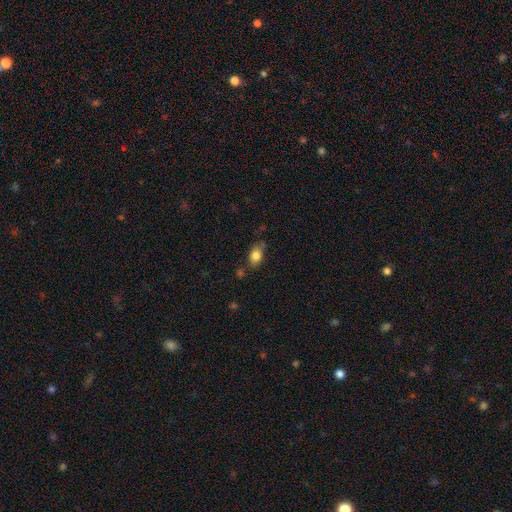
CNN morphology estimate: smooth_or_featured: smooth (p=0.82) [alt: featured or disk p=0.10]
how_rounded: in between (p=0.80) [alt: round p=0.17]
merging: none (p=0.65) [alt: minor disturbance p=0.23]